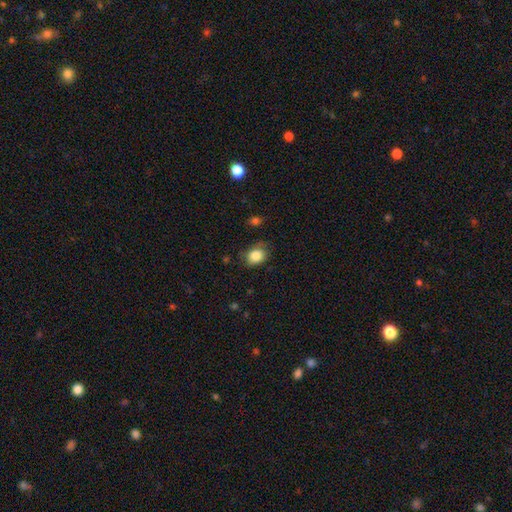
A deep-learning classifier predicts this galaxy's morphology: type=smooth (85%); roundness=in between (57%); merging=none (70%).